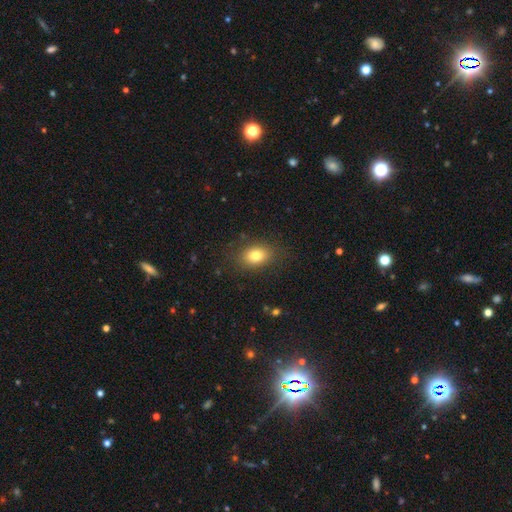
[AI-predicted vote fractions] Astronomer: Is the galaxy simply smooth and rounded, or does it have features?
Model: smooth — 80%.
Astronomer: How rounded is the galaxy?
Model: in between — 72%.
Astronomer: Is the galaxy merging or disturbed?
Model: none — 84%.